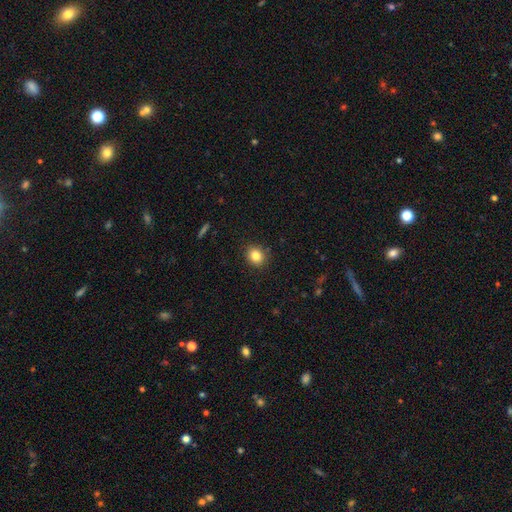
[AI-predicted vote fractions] A smooth galaxy with no disk features (83%) that is round (63%). Merging: none (89%).